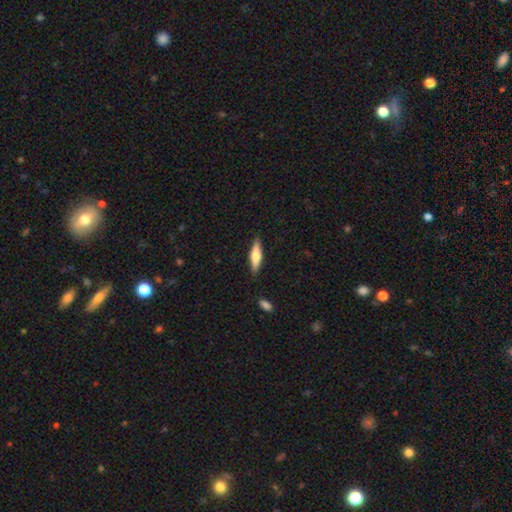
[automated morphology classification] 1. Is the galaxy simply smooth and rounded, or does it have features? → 51% smooth, 44% featured or disk, 5% star or artifact.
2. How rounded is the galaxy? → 70% cigar-shaped, 28% in between, 2% round.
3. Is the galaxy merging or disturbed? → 88% none, 8% minor disturbance, 2% merger, 2% major disturbance.